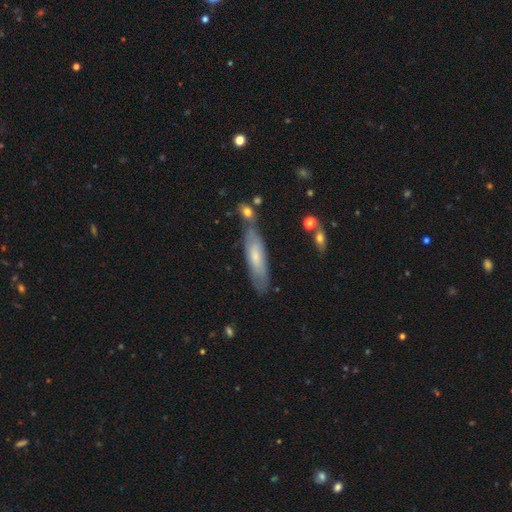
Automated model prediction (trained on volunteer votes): Smooth or featured? smooth (52%)
How rounded? cigar-shaped (74%)
Merging? none (69%)